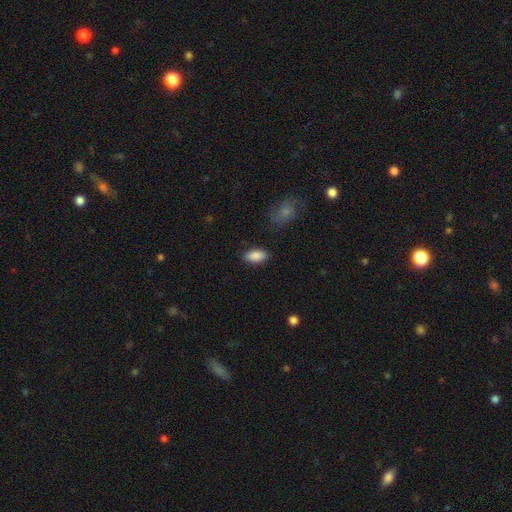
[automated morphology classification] A smooth galaxy with no disk features (89%) that is in between round and cigar-shaped (92%). Merging: none (86%).